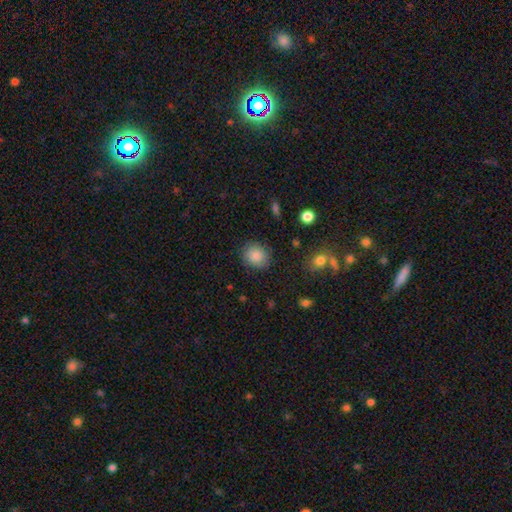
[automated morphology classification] This appears to be a smooth galaxy with no disk features (85%) that is round (75%). Merging: none (83%).